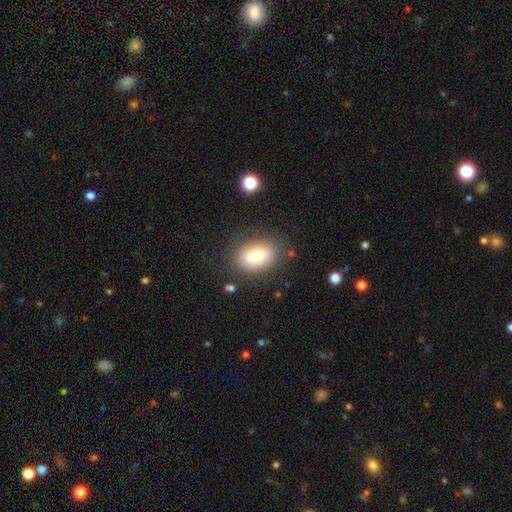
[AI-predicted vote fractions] smooth 79%, featured or disk 12%, star or artifact 8%. Down the decision tree: how rounded — in between (82%); merging — none (81%).